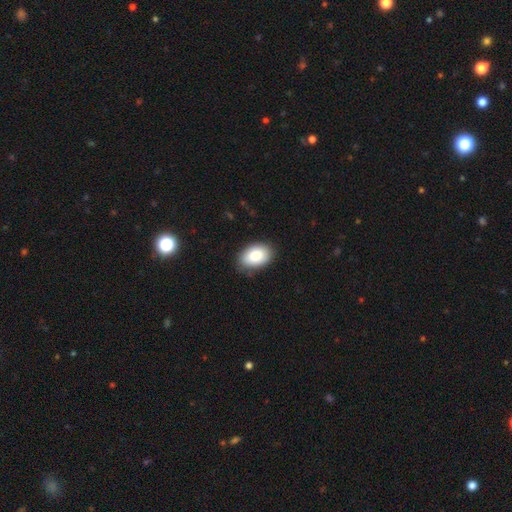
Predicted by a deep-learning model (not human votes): Smooth or featured: smooth — 84% (featured or disk — 9%)
How rounded: in between — 88% (round — 11%)
Merging: none — 83% (minor disturbance — 13%)